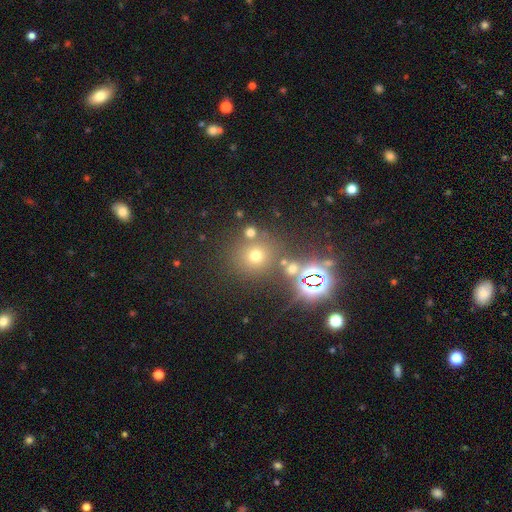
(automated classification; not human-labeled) The model was most divided on "smooth or featured": smooth: 62%, star or artifact: 29%, featured or disk: 9%. More confident: how rounded — round (89%); merging — none (73%).